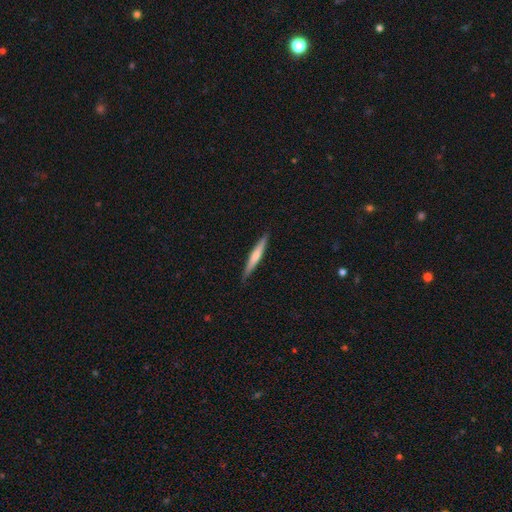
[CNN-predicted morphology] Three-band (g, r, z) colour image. It shows a smooth galaxy with no disk features (48%). Merging: none (89%).